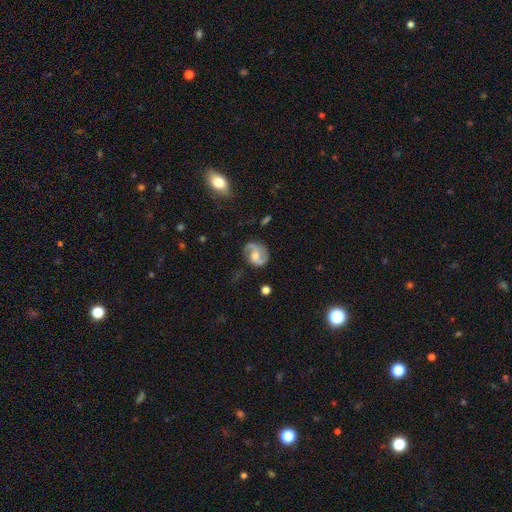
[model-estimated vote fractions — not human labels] smooth-or-featured: featured or disk: 74% | smooth: 19% | star or artifact: 7%
  disk-edge-on: no: 97% | yes: 3%
    bar: no: 49% | weak: 40% | strong: 11%
    has-spiral-arms: yes: 93% | no: 7%
      spiral-winding: medium: 44% | loose: 41% | tight: 15%
      spiral-arm-count: 2: 87% | 1: 5% | can't tell: 5% | 3: 1% | 4: 1% | more than 4: 1%
    bulge-size: moderate: 61% | small: 25% | large: 8% | none: 5% | dominant: 1%
  merging: none: 72% | minor disturbance: 19% | major disturbance: 8% | merger: 2%